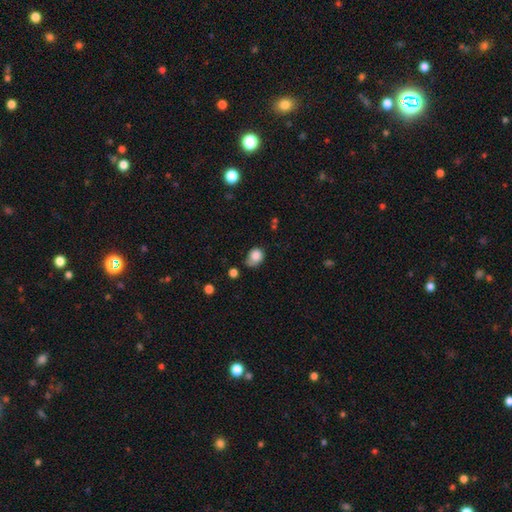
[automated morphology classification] A smooth galaxy with no disk features (84%) that is round (50%).

Vote fractions:
- Smooth or featured? smooth: 84% / star or artifact: 9% / featured or disk: 7%
- How rounded? round: 50% / in between: 49% / cigar-shaped: 1%
- Merging? none: 40% / minor disturbance: 39% / major disturbance: 14% / merger: 6%